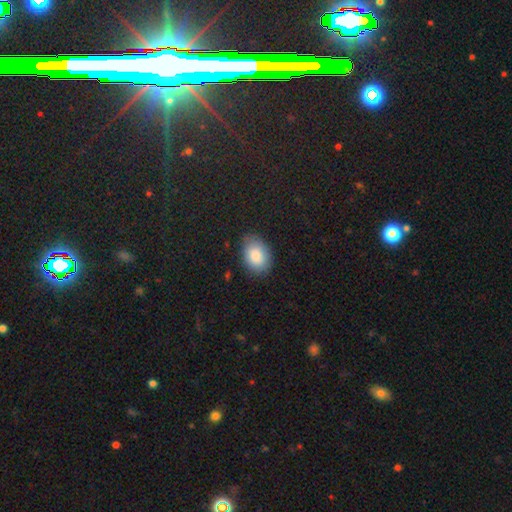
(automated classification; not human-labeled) Smooth or featured?
  - smooth: 85% *
  - featured or disk: 8%
  - star or artifact: 7%
How rounded?
  - in between: 81% *
  - round: 18%
  - cigar-shaped: 1%
Merging?
  - none: 81% *
  - minor disturbance: 15%
  - major disturbance: 3%
  - merger: 1%